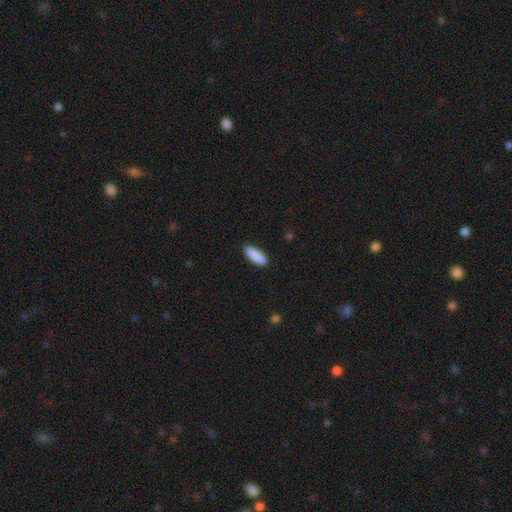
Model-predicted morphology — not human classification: The model was most divided on "how rounded": in between: 52%, cigar-shaped: 46%, round: 2%. More confident: smooth or featured — smooth (90%); merging — none (89%).